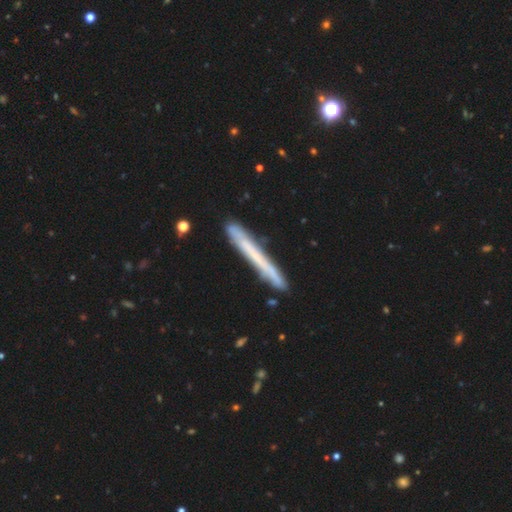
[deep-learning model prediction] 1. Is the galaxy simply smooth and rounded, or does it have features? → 47% featured or disk, 46% smooth, 7% star or artifact.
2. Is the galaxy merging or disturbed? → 86% none, 10% minor disturbance, 2% merger, 2% major disturbance.